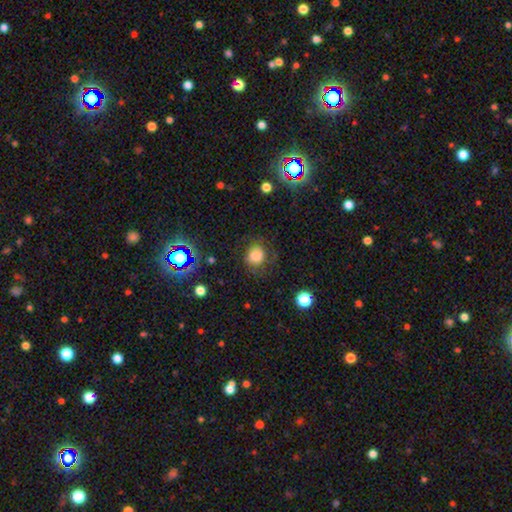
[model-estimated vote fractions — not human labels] The model was most divided on "merging": none: 66%, minor disturbance: 19%, major disturbance: 13%, merger: 2%. More confident: how rounded — round (80%); smooth or featured — smooth (76%).